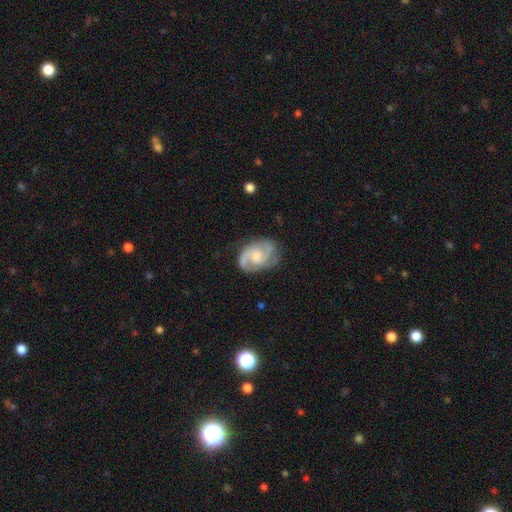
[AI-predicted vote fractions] Smooth or featured? Predicted: featured or disk (p=0.87). Edge-on disk? Predicted: no (p=0.98). Bar? Predicted: no (p=0.55). Spiral arms? Predicted: yes (p=0.97). Spiral winding? Predicted: medium (p=0.54). Spiral arm count? Predicted: 2 (p=0.83). Bulge size? Predicted: moderate (p=0.42). Merging? Predicted: none (p=0.75).